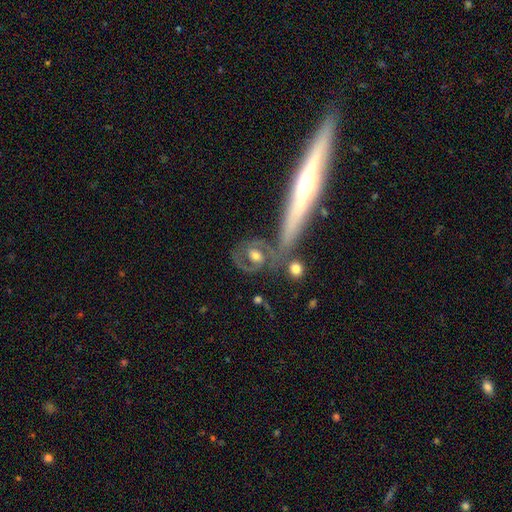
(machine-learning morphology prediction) smooth_or_featured: featured or disk (p=0.68) [alt: smooth p=0.26]
disk_edge_on: no (p=0.90) [alt: yes p=0.10]
bar: no (p=0.53) [alt: weak p=0.30]
has_spiral_arms: yes (p=0.68) [alt: no p=0.32]
bulge_size: moderate (p=0.70) [alt: small p=0.13]
merging: none (p=0.59) [alt: merger p=0.16]